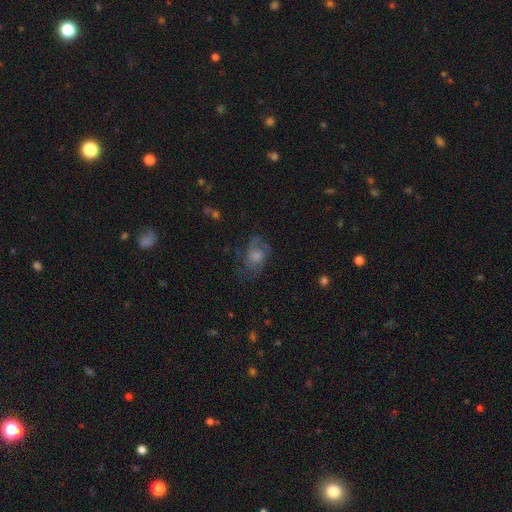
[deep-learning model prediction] smooth_or_featured: featured or disk (p=0.58) [alt: smooth p=0.31]
disk_edge_on: no (p=0.96) [alt: yes p=0.04]
bar: no (p=0.73) [alt: weak p=0.24]
has_spiral_arms: yes (p=0.79) [alt: no p=0.21]
bulge_size: moderate (p=0.40) [alt: small p=0.28]
merging: none (p=0.53) [alt: major disturbance p=0.23]